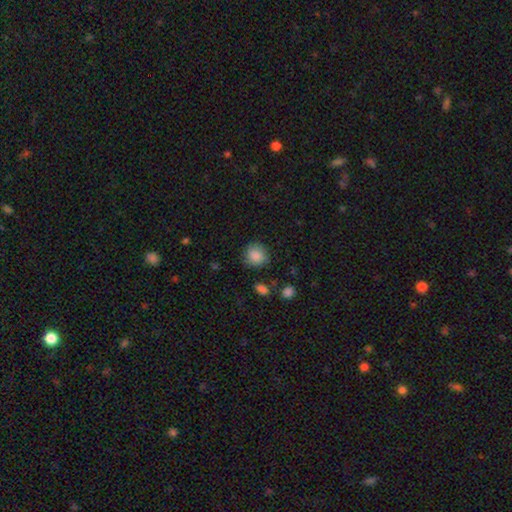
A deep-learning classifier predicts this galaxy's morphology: Q: Smooth or featured?
A: smooth (87%); runner-up: star or artifact (8%)
Q: How rounded?
A: round (84%); runner-up: in between (15%)
Q: Merging?
A: none (78%); runner-up: minor disturbance (16%)